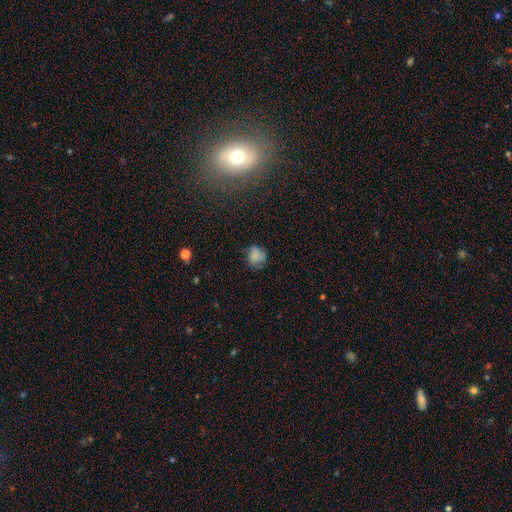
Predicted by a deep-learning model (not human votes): smooth_or_featured: smooth (p=0.71) [alt: featured or disk p=0.18]
how_rounded: round (p=0.70) [alt: in between p=0.29]
merging: none (p=0.64) [alt: minor disturbance p=0.26]